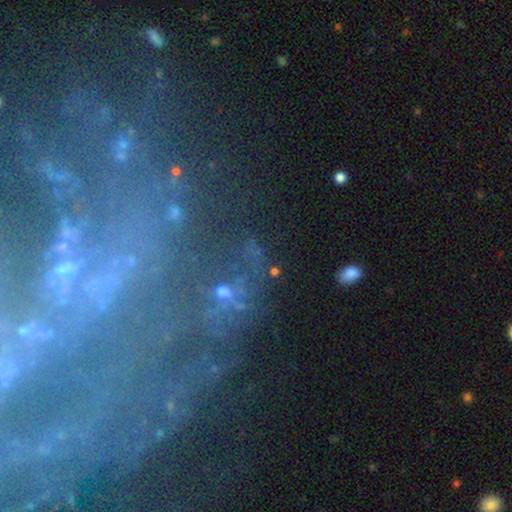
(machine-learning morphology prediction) The model was most divided on "smooth or featured": featured or disk: 45%, star or artifact: 35%, smooth: 20%. More confident: merging — none (68%).